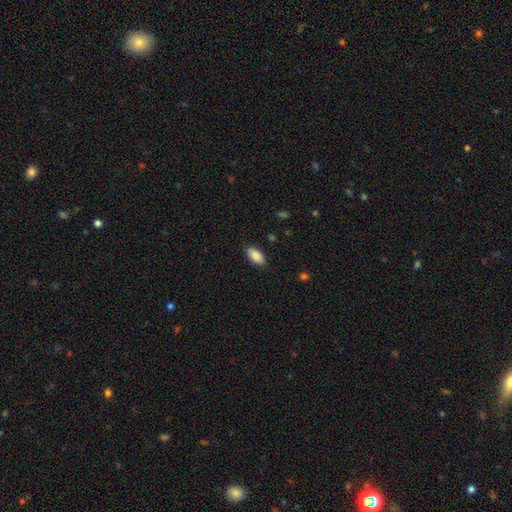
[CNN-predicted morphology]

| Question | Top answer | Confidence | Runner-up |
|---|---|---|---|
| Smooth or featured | smooth | 87% | star or artifact (7%) |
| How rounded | in between | 92% | cigar-shaped (5%) |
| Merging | none | 87% | minor disturbance (10%) |